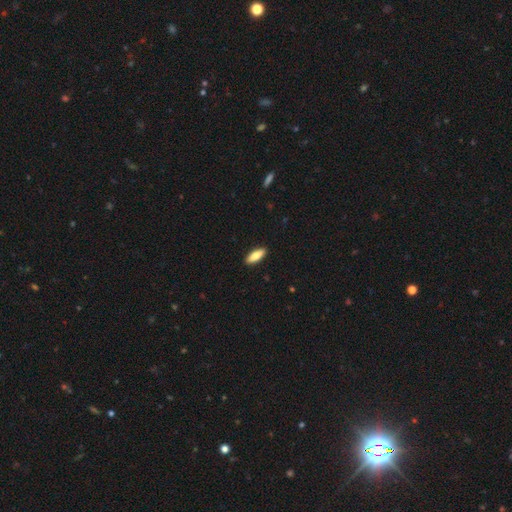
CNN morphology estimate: Smooth or featured? Predicted: smooth (p=0.81). How rounded? Predicted: in between (p=0.66). Merging? Predicted: none (p=0.91).